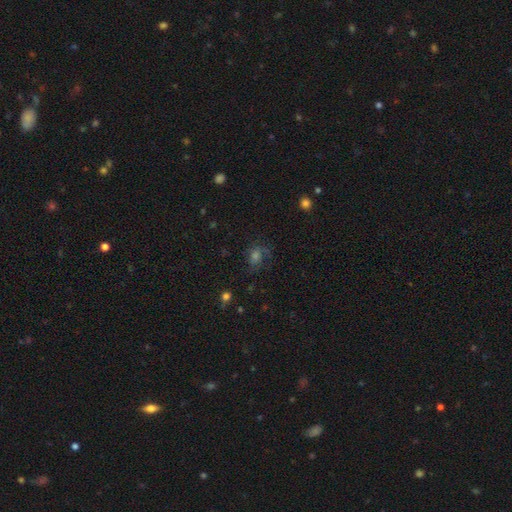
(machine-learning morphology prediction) Q: Smooth or featured?
A: smooth (37%); runner-up: featured or disk (35%)
Q: Merging?
A: none (60%); runner-up: minor disturbance (19%)